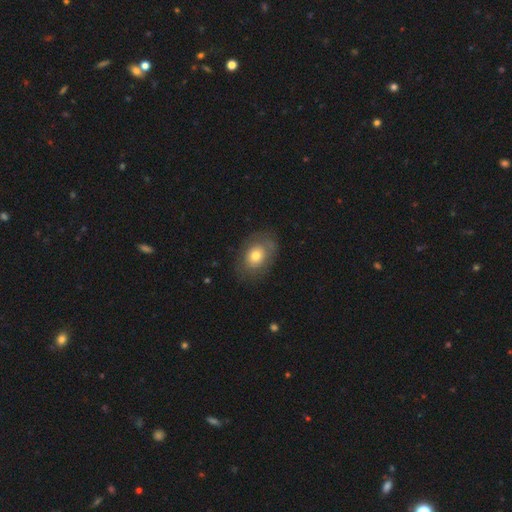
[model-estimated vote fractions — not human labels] Overall: smooth (66%; featured or disk 26%). How rounded: in between (75%). Merging: none (76%).